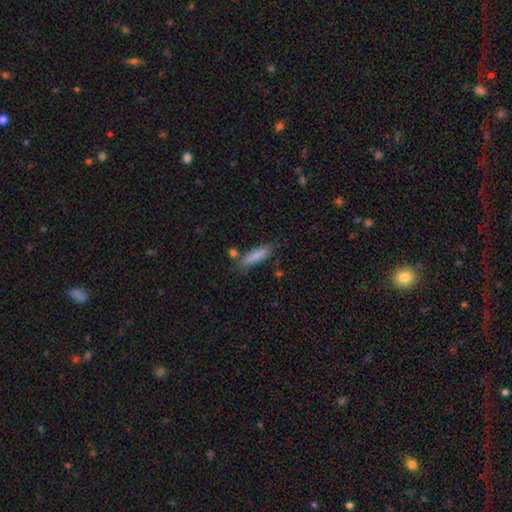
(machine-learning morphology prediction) The model was most divided on "how rounded": cigar-shaped: 71%, in between: 27%, round: 2%. More confident: smooth or featured — smooth (83%); merging — none (72%).